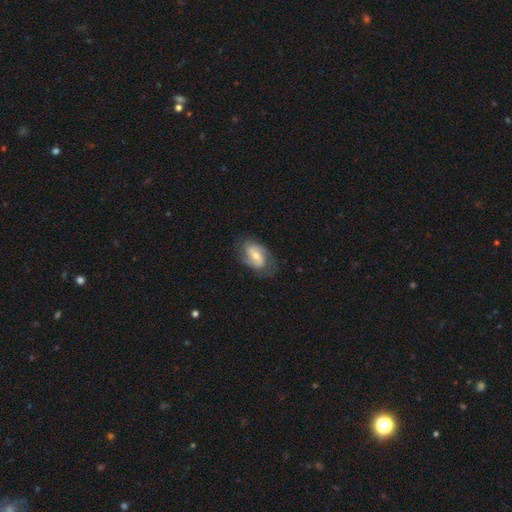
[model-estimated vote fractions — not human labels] A featured or disk galaxy (72%) with a weak bar (44%), 2 (80%) medium (47%) spiral arms (90%) and a moderate central bulge (52%). Merging: none (72%).